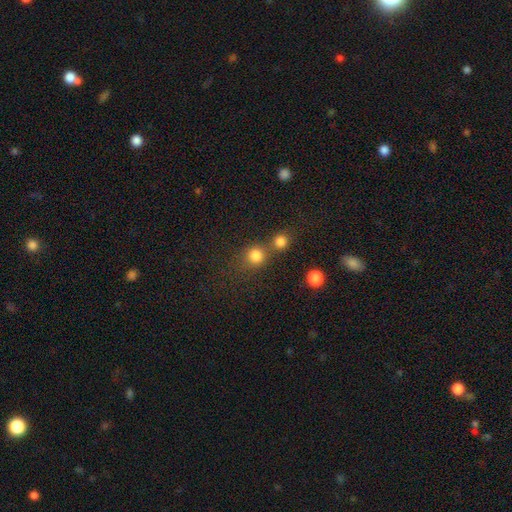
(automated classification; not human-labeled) smooth-or-featured: smooth: 81% | star or artifact: 13% | featured or disk: 6%
  how-rounded: round: 86% | in between: 13% | cigar-shaped: 1%
  merging: none: 52% | merger: 35% | minor disturbance: 8% | major disturbance: 5%